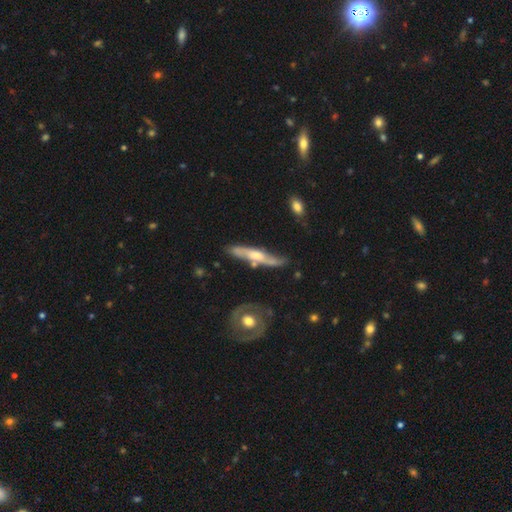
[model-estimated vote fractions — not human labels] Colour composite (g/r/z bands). It shows a featured or disk galaxy (69%) viewed edge-on (72%). Merging: none (63%).